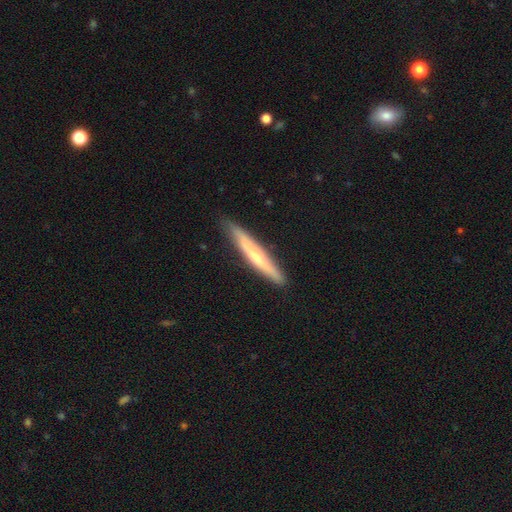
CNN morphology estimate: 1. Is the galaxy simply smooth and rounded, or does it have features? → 52% smooth, 43% featured or disk, 5% star or artifact.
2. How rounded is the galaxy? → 94% cigar-shaped, 4% in between, 1% round.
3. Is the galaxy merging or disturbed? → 84% none, 13% minor disturbance, 2% major disturbance, 1% merger.